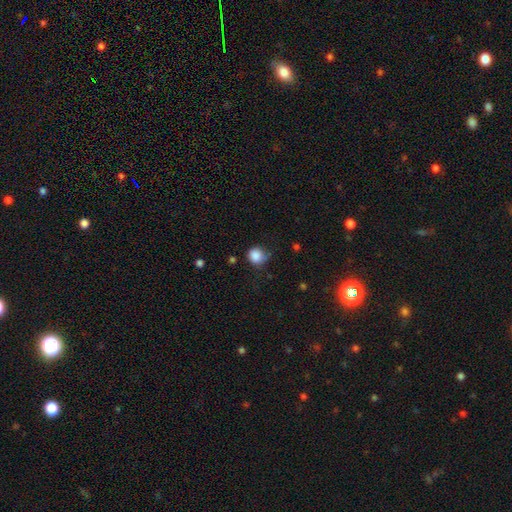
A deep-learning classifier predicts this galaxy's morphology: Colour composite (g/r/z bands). It shows a smooth galaxy with no disk features (86%) that is round (85%). Merging: none (63%).